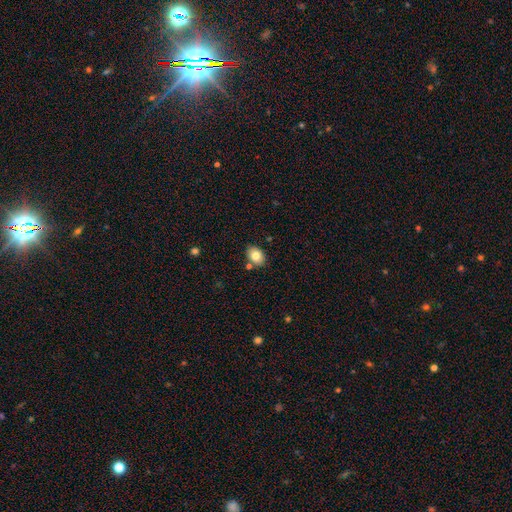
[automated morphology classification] A smooth galaxy with no disk features (81%) that is in between round and cigar-shaped (74%). Merging: none (81%).